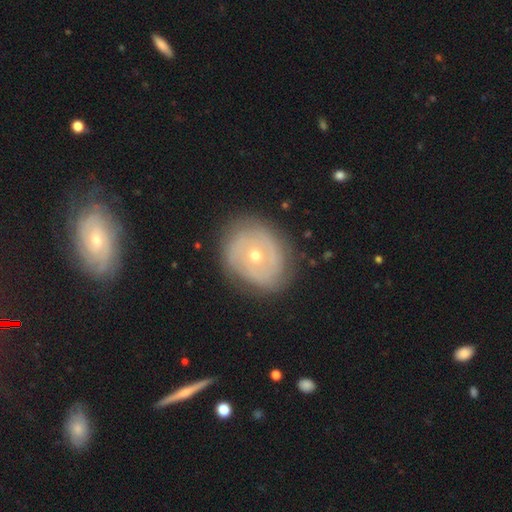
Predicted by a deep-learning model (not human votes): Smooth or featured?
  - featured or disk: 68% *
  - smooth: 25%
  - star or artifact: 7%
Edge-on disk?
  - no: 96% *
  - yes: 4%
Bar?
  - no: 83% *
  - weak: 13%
  - strong: 4%
Spiral arms?
  - yes: 59% *
  - no: 41%
Bulge size?
  - moderate: 49% *
  - small: 48%
  - large: 1%
  - dominant: 1%
  - none: 1%
Merging?
  - none: 78% *
  - minor disturbance: 16%
  - major disturbance: 5%
  - merger: 1%